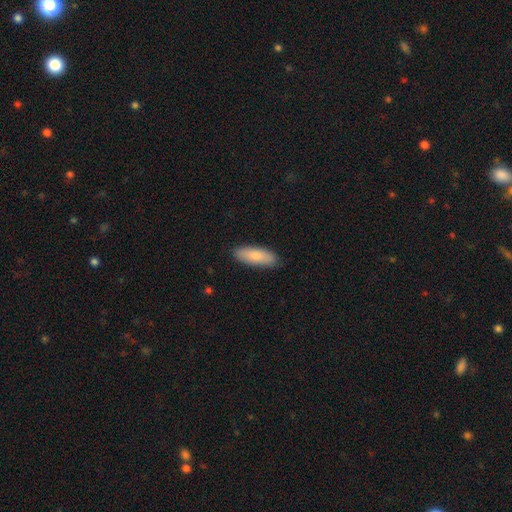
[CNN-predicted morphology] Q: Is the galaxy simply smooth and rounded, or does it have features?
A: smooth — 84%.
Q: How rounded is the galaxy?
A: in between — 66%.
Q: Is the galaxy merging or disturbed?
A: none — 88%.